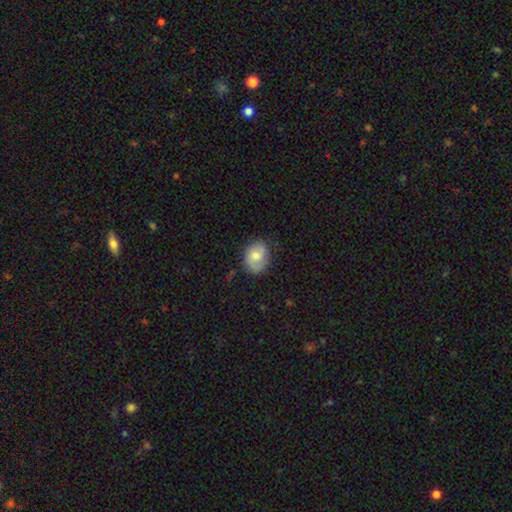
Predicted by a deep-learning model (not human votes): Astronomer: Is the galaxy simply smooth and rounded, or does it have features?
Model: smooth — 65%.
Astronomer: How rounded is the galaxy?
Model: in between — 64%.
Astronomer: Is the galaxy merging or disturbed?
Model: none — 70%.